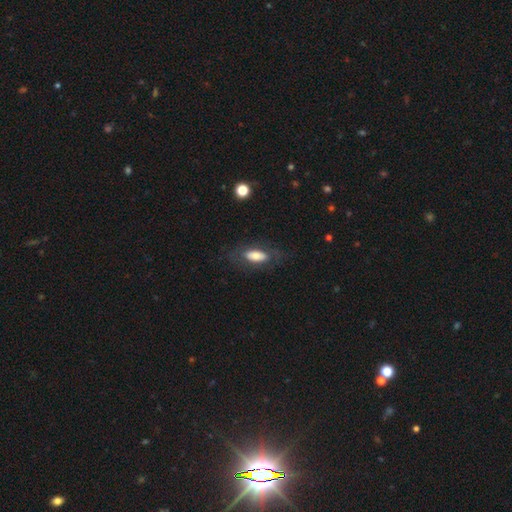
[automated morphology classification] Smooth or featured: smooth — 67% (featured or disk — 26%)
How rounded: in between — 79% (cigar-shaped — 17%)
Merging: none — 72% (minor disturbance — 16%)